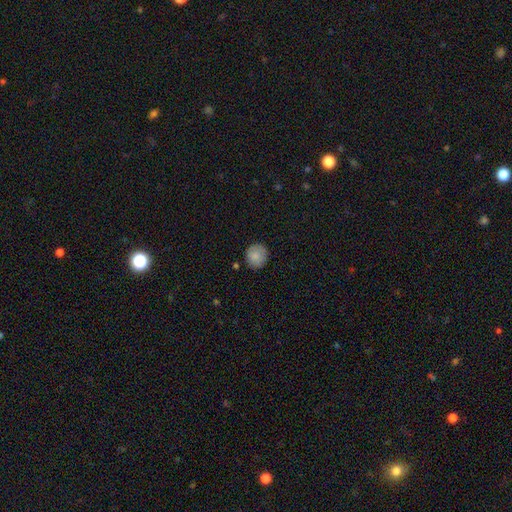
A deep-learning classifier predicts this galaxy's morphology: smooth 83%, featured or disk 10%, star or artifact 7%. Down the decision tree: how rounded — round (87%); merging — none (84%).